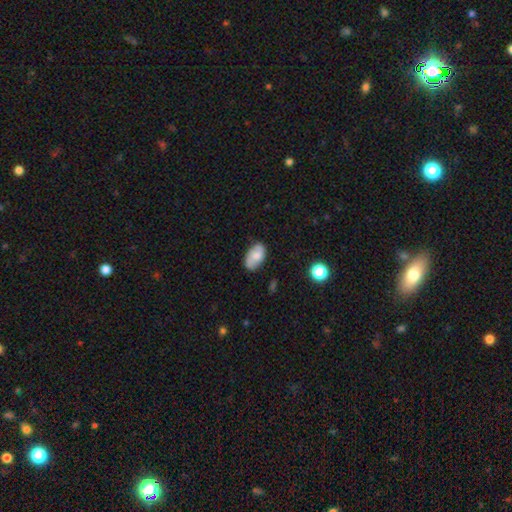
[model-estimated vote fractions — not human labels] This appears to be a smooth galaxy with no disk features (63%) that is in between round and cigar-shaped (92%). Merging: none (70%).